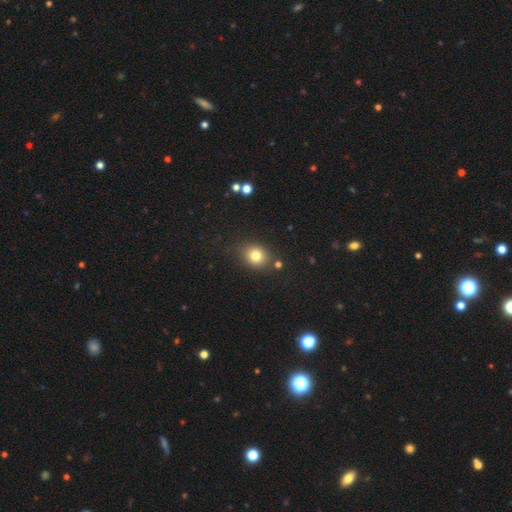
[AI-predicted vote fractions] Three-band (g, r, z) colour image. It shows a smooth galaxy with no disk features (79%) that is round (66%). Merging: none (78%).